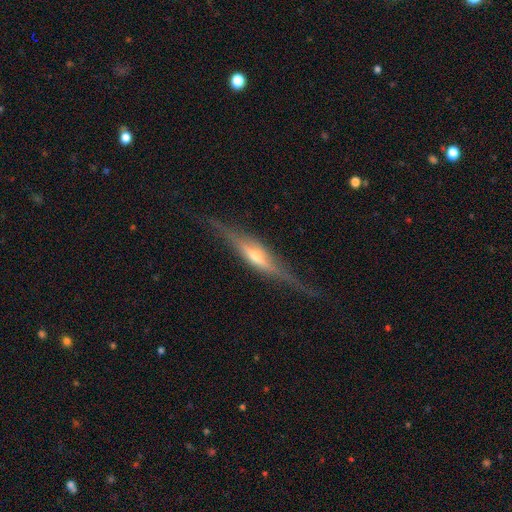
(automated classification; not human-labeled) This appears to be a featured or disk galaxy (82%) viewed edge-on (96%) with a rounded central bulge (78%). Merging: none (80%).